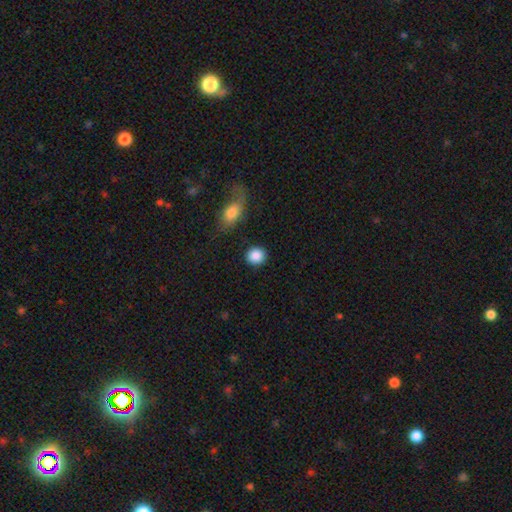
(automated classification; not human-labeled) Smooth or featured?
  - smooth: 89% *
  - star or artifact: 8%
  - featured or disk: 4%
How rounded?
  - round: 83% *
  - in between: 15%
  - cigar-shaped: 1%
Merging?
  - none: 87% *
  - minor disturbance: 7%
  - merger: 3%
  - major disturbance: 3%